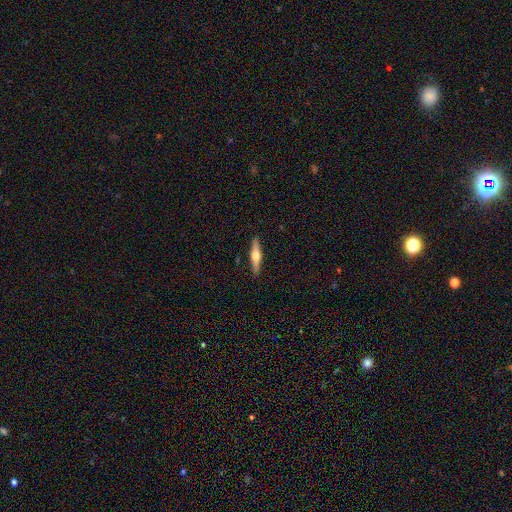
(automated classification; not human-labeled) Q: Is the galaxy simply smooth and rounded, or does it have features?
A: featured or disk — 55%.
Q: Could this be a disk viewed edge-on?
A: yes — 96%.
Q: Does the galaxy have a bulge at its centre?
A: rounded — 90%.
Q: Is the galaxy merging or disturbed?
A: none — 90%.